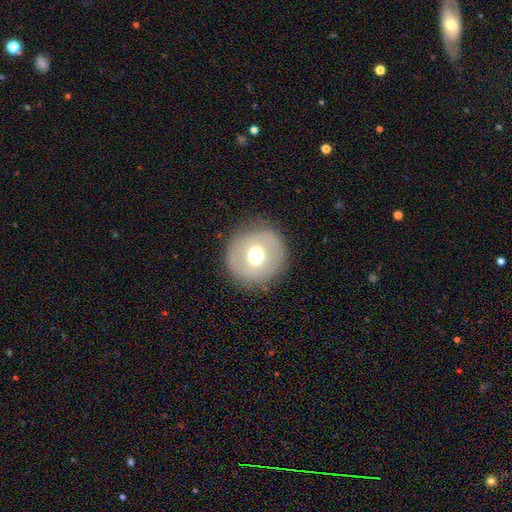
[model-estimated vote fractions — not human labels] A smooth galaxy with no disk features (57%) that is round (93%).

Vote fractions:
- Smooth or featured? smooth: 57% / featured or disk: 32% / star or artifact: 11%
- How rounded? round: 93% / in between: 6% / cigar-shaped: 1%
- Merging? none: 84% / minor disturbance: 10% / major disturbance: 5% / merger: 1%